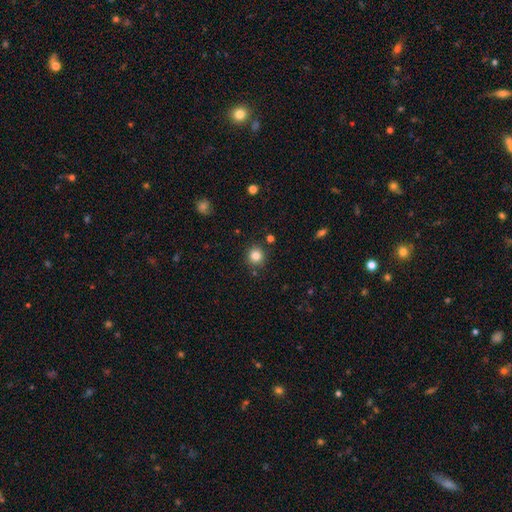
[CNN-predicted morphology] type=smooth (83%); roundness=round (92%); merging=none (87%).